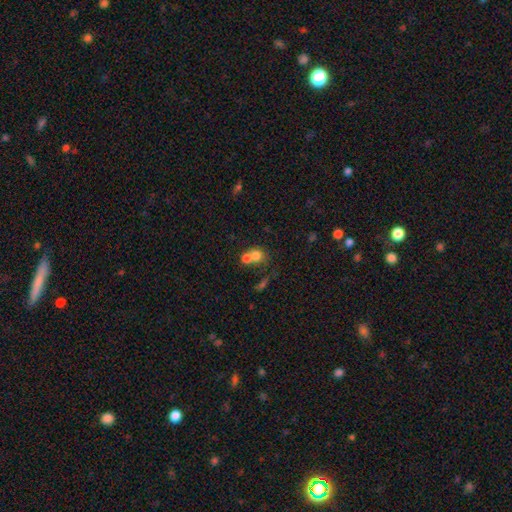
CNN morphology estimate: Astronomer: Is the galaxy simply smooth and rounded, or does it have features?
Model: smooth — 73%.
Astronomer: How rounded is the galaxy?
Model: round — 73%.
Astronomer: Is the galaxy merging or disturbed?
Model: merger — 60%.